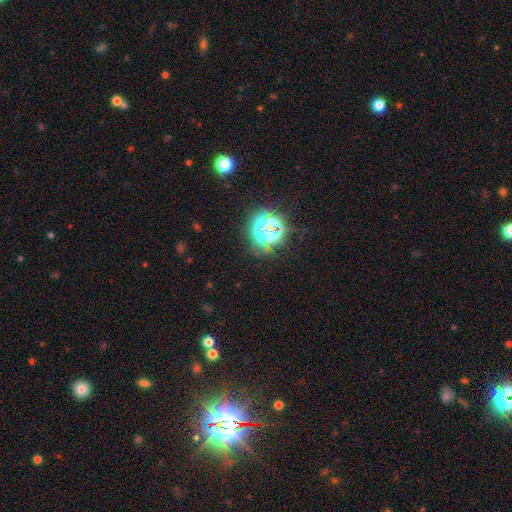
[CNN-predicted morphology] type=star or artifact (78%).